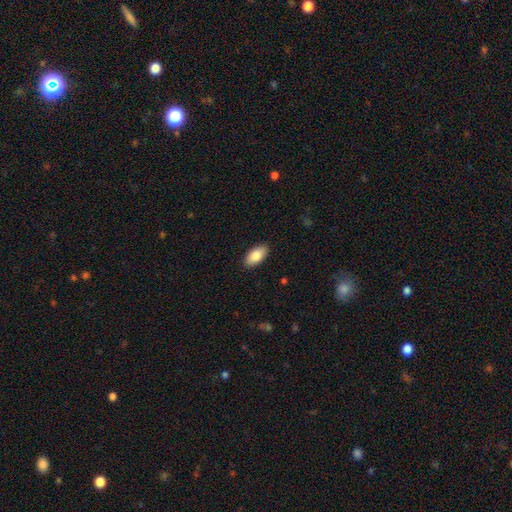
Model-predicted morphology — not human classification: type=smooth (84%); roundness=in between (93%); merging=none (89%).